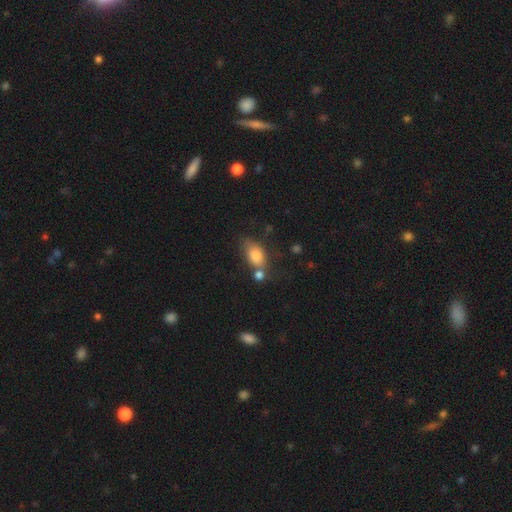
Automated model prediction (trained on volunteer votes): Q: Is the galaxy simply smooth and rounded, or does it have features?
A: smooth — 81%.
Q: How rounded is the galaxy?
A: in between — 84%.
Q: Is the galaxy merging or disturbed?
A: none — 48%.